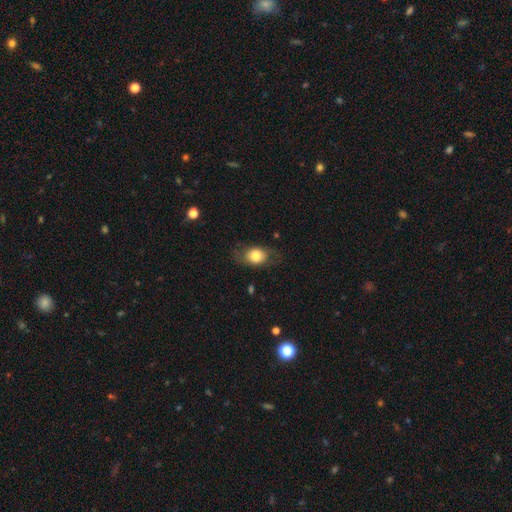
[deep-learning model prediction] This appears to be a smooth galaxy with no disk features (77%) that is in between round and cigar-shaped (64%). Merging: none (69%).